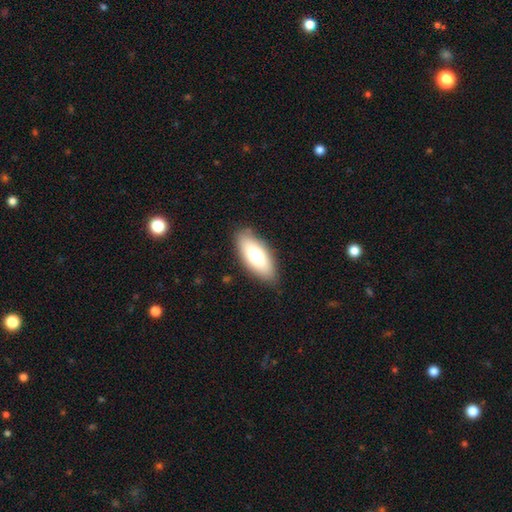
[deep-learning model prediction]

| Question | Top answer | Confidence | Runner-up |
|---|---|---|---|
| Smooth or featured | smooth | 71% | featured or disk (22%) |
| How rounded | in between | 80% | cigar-shaped (17%) |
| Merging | none | 84% | minor disturbance (12%) |